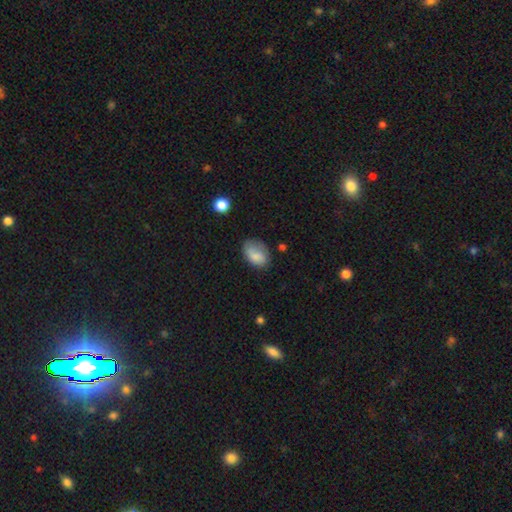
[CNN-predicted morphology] Smooth or featured? Predicted: smooth (p=0.77). How rounded? Predicted: in between (p=0.82). Merging? Predicted: none (p=0.54).